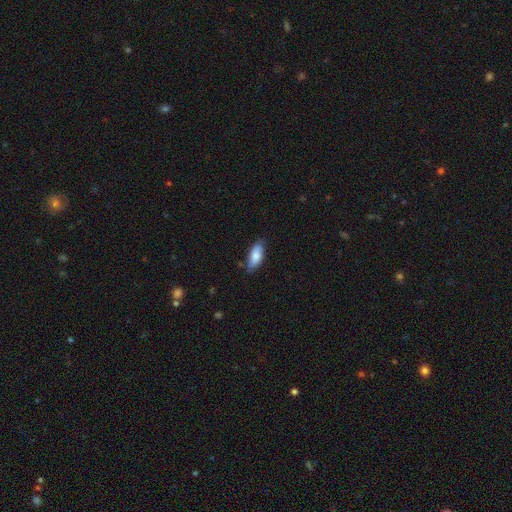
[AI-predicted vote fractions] smooth_or_featured: smooth (p=0.79) [alt: featured or disk p=0.15]
how_rounded: in between (p=0.82) [alt: cigar-shaped p=0.15]
merging: none (p=0.75) [alt: minor disturbance p=0.21]